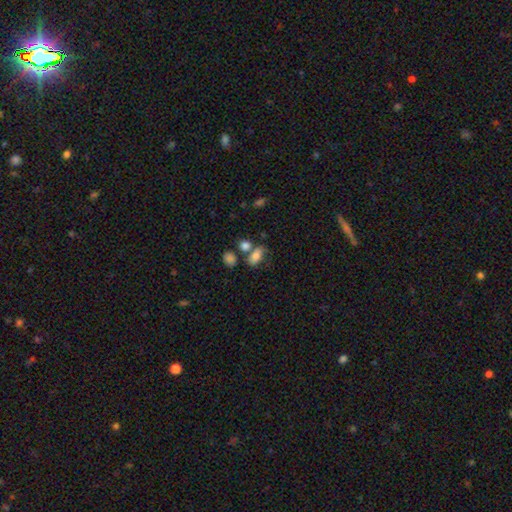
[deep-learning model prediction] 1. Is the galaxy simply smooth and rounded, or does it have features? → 75% smooth, 15% featured or disk, 10% star or artifact.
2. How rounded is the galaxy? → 85% in between, 12% round, 4% cigar-shaped.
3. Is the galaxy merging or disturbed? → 44% none, 29% merger, 18% minor disturbance, 9% major disturbance.